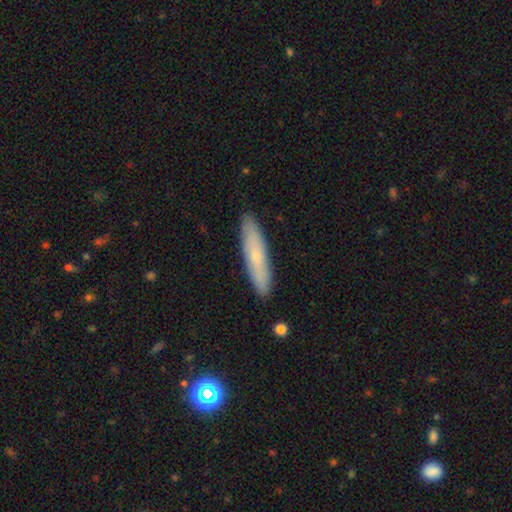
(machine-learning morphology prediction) Smooth or featured? smooth (62%)
How rounded? cigar-shaped (83%)
Merging? none (89%)